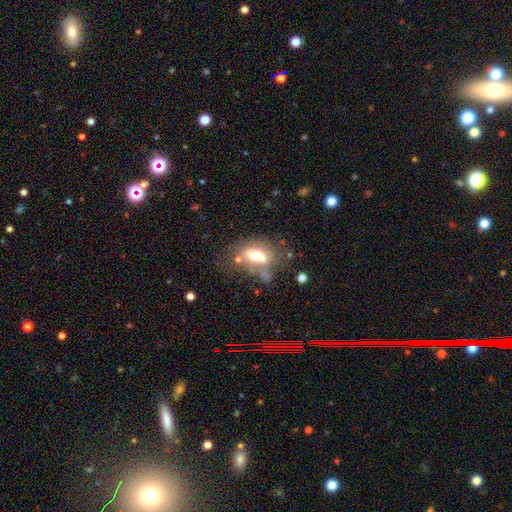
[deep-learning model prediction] smooth-or-featured: smooth: 58% | featured or disk: 32% | star or artifact: 10%
  how-rounded: in between: 76% | round: 20% | cigar-shaped: 4%
  merging: none: 45% | minor disturbance: 21% | merger: 19% | major disturbance: 14%